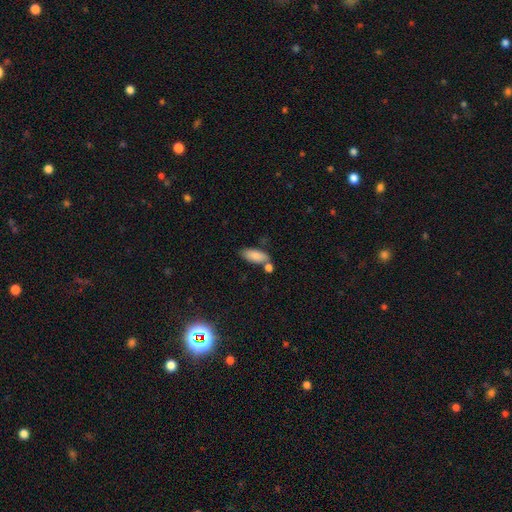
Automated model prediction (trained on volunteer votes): Smooth or featured: smooth — 86% (featured or disk — 7%)
How rounded: in between — 81% (cigar-shaped — 16%)
Merging: none — 63% (merger — 19%)